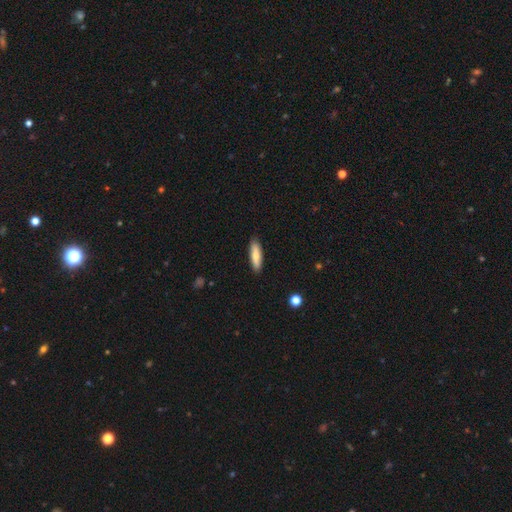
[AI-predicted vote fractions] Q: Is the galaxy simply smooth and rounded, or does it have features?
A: smooth — 74%.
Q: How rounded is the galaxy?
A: cigar-shaped — 67%.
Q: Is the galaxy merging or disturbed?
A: none — 88%.